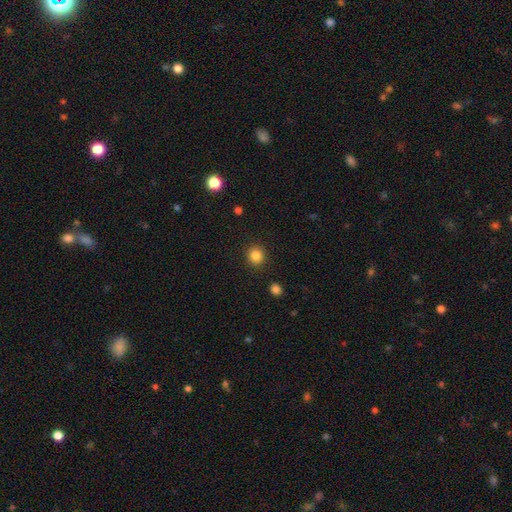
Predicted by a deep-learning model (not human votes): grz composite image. It shows a smooth galaxy with no disk features (85%) that is round (88%). Merging: none (90%).